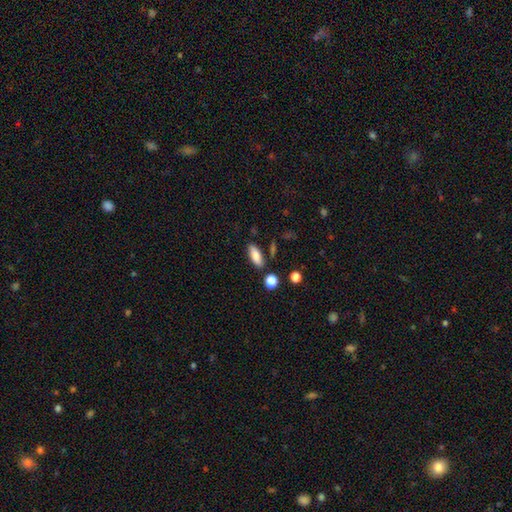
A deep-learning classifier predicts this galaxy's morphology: smooth 81%, featured or disk 11%, star or artifact 8%. Down the decision tree: how rounded — in between (75%); merging — none (81%).